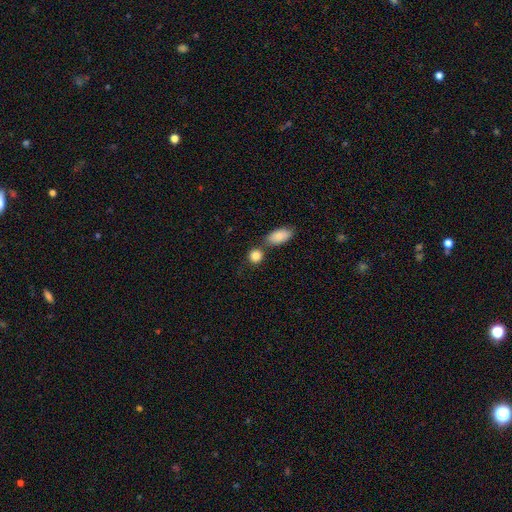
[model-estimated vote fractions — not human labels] A smooth galaxy with no disk features (85%) that is round (76%).

Vote fractions:
- Smooth or featured? smooth: 85% / star or artifact: 9% / featured or disk: 6%
- How rounded? round: 76% / in between: 22% / cigar-shaped: 2%
- Merging? none: 62% / merger: 25% / minor disturbance: 10% / major disturbance: 3%